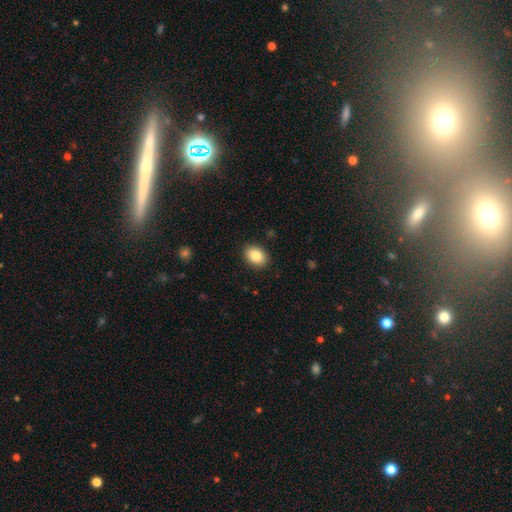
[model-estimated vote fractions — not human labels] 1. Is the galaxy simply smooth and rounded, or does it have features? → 86% smooth, 8% star or artifact, 6% featured or disk.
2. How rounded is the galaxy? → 72% in between, 27% round, 1% cigar-shaped.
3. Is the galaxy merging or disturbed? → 89% none, 8% minor disturbance, 2% major disturbance, 1% merger.